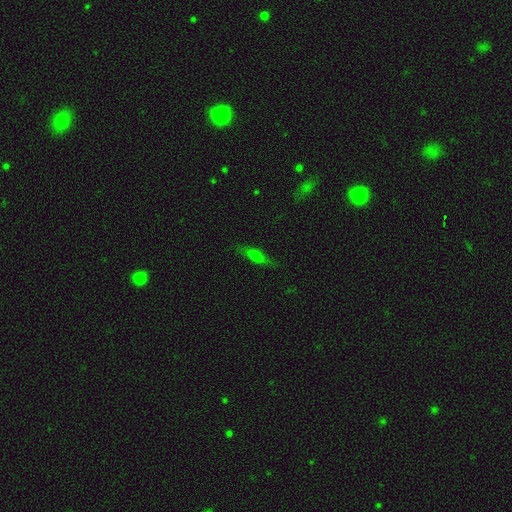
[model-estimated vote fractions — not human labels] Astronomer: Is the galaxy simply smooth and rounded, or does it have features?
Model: smooth — 49% (runner-up: featured or disk, 39%).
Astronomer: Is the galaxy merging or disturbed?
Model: none — 80%.